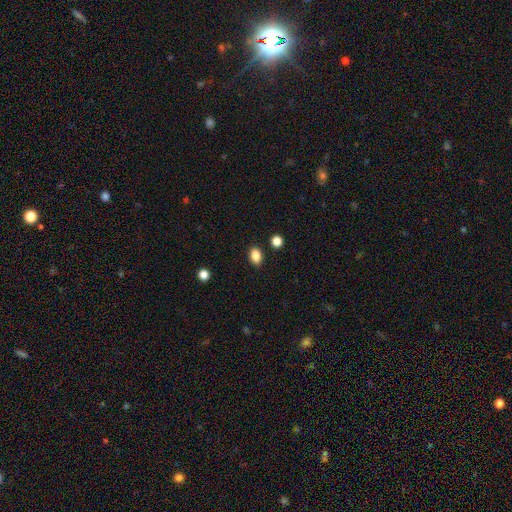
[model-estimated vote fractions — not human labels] A smooth galaxy with no disk features (87%) that is in between round and cigar-shaped (79%). Merging: none (87%).